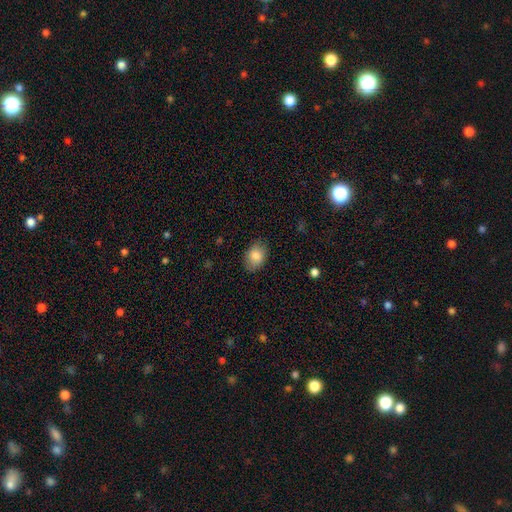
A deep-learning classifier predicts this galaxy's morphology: smooth-or-featured: smooth: 84% | featured or disk: 9% | star or artifact: 7%
  how-rounded: in between: 81% | round: 18% | cigar-shaped: 1%
  merging: none: 84% | minor disturbance: 12% | major disturbance: 3% | merger: 1%